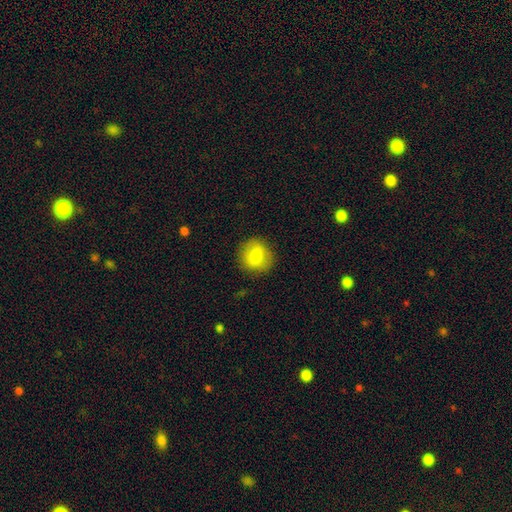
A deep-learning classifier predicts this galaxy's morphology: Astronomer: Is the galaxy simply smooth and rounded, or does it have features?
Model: smooth — 75%.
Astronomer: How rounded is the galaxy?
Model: round — 87%.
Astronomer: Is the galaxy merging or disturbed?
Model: none — 87%.